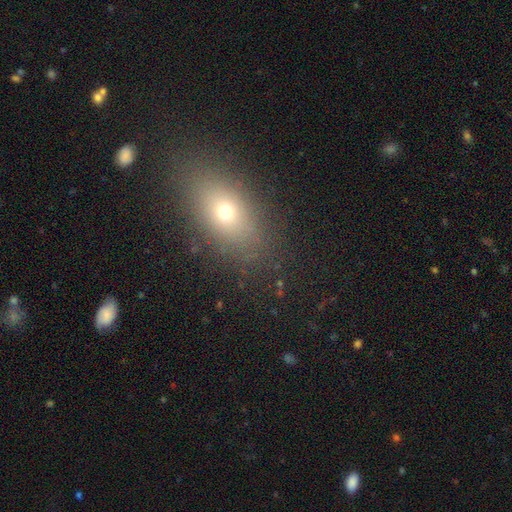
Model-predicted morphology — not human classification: type=smooth (64%); roundness=in between (74%); merging=none (85%).